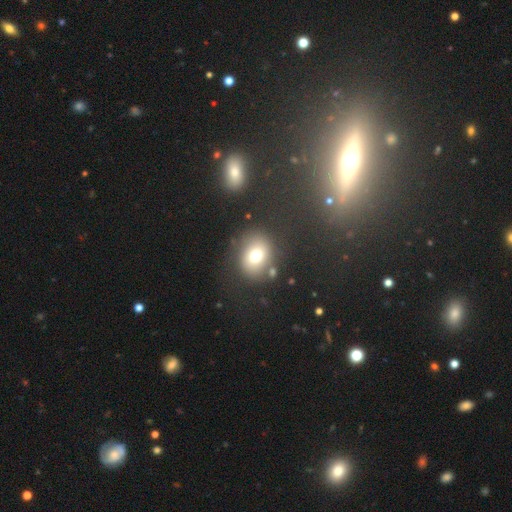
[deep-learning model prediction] This is likely a smooth galaxy (73%). How rounded: possibly round (57%). Merging: likely none (76%).